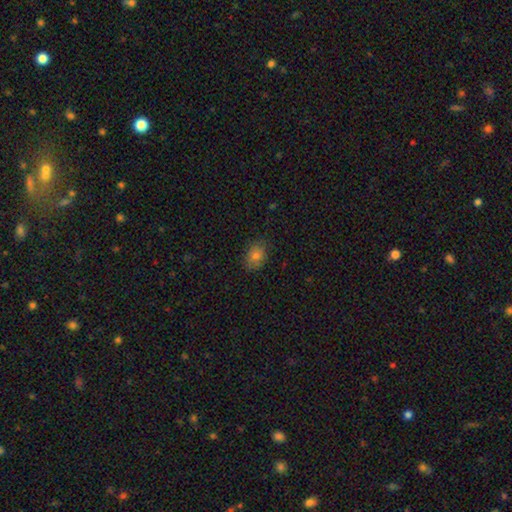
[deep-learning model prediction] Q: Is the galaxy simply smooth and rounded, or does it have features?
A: smooth — 78%.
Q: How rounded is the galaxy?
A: in between — 65%.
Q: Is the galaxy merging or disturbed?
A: none — 80%.